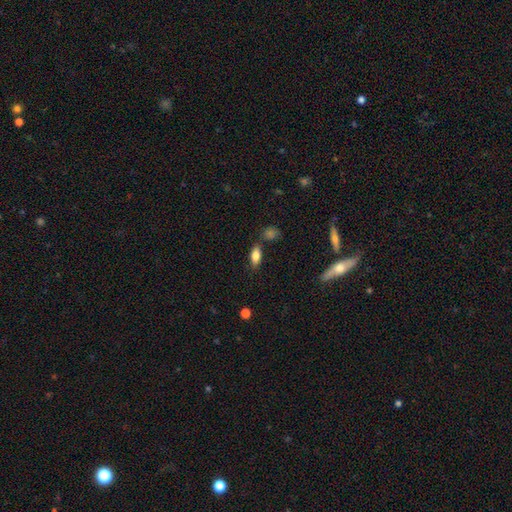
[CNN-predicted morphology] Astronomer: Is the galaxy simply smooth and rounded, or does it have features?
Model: smooth — 80%.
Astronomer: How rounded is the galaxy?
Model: in between — 83%.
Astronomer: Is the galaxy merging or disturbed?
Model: none — 75%.